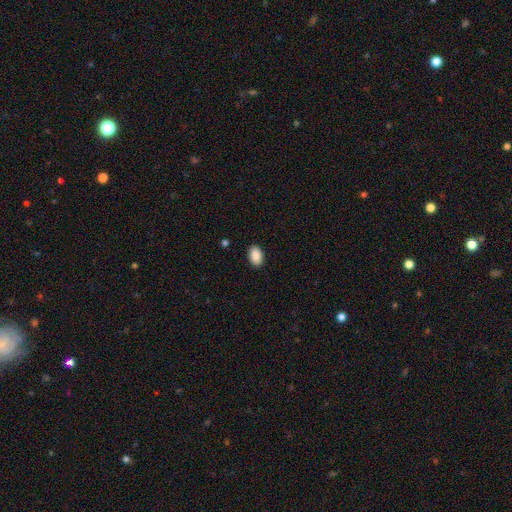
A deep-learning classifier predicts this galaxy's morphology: smooth-or-featured: smooth: 89% | star or artifact: 7% | featured or disk: 4%
  how-rounded: in between: 89% | round: 10% | cigar-shaped: 1%
  merging: none: 90% | minor disturbance: 7% | major disturbance: 2% | merger: 1%